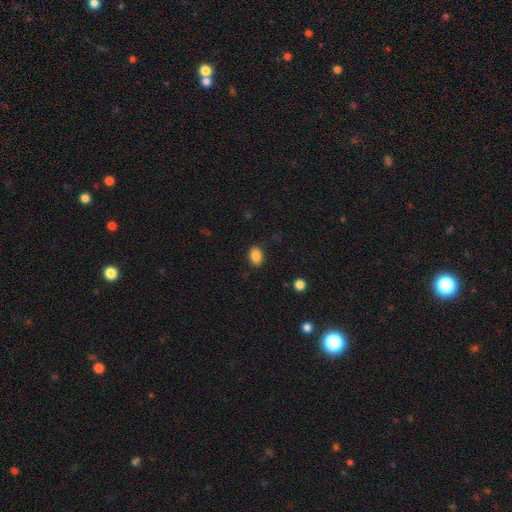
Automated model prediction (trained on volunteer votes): A smooth galaxy with no disk features (87%) that is in between round and cigar-shaped (74%).

Vote fractions:
- Smooth or featured? smooth: 87% / star or artifact: 9% / featured or disk: 4%
- How rounded? in between: 74% / round: 25% / cigar-shaped: 1%
- Merging? none: 86% / minor disturbance: 10% / major disturbance: 3% / merger: 1%